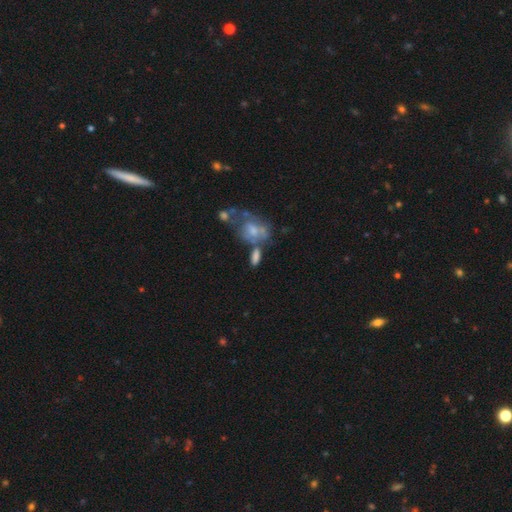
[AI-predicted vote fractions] smooth_or_featured: smooth (p=0.52) [alt: featured or disk p=0.37]
how_rounded: in between (p=0.80) [alt: round p=0.14]
merging: merger (p=0.34) [alt: none p=0.32]